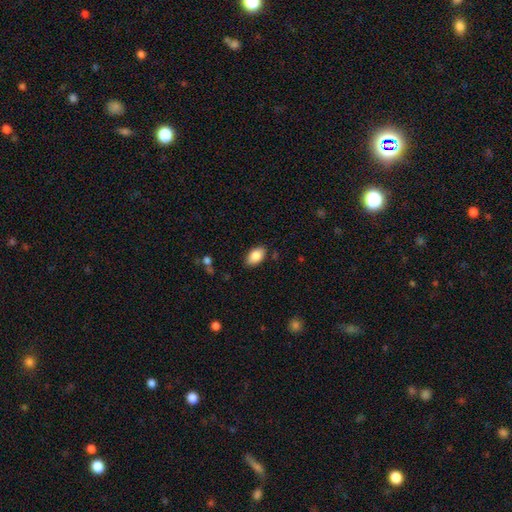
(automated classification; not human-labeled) Overall: smooth (87%). How rounded: in between (92%). Merging: none (84%).